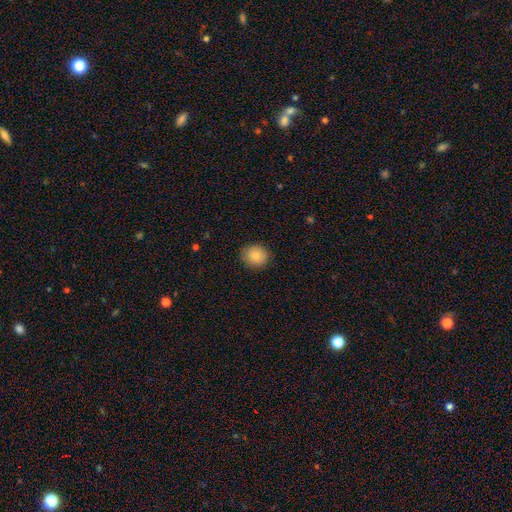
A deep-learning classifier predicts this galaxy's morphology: A smooth galaxy with no disk features (86%) that is round (76%). Merging: none (88%).